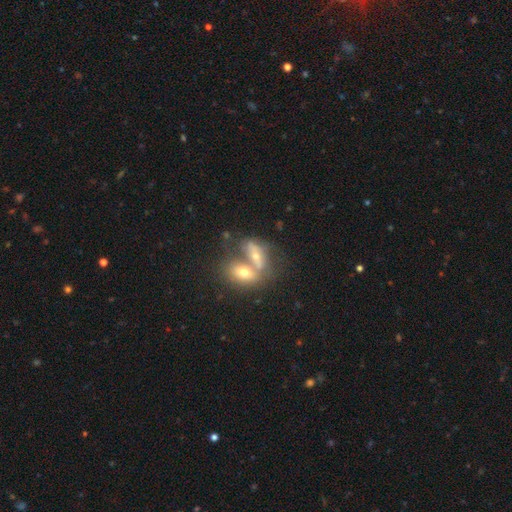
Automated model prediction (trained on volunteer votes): The model was most divided on "smooth or featured": smooth: 51%, featured or disk: 38%, star or artifact: 11%. More confident: how rounded — in between (76%); merging — merger (66%).